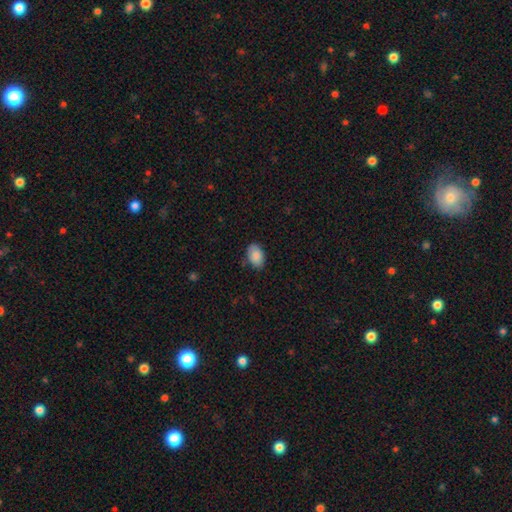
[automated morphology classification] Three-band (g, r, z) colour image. It shows a smooth galaxy with no disk features (88%) that is in between round and cigar-shaped (89%). Merging: none (80%).